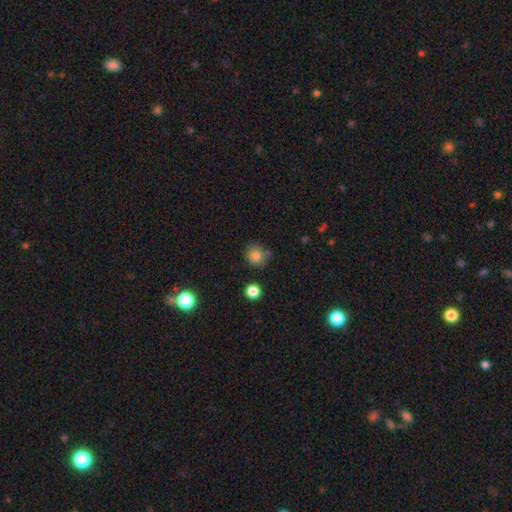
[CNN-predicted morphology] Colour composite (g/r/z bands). It shows a smooth galaxy with no disk features (80%) that is round (87%). Merging: none (77%).